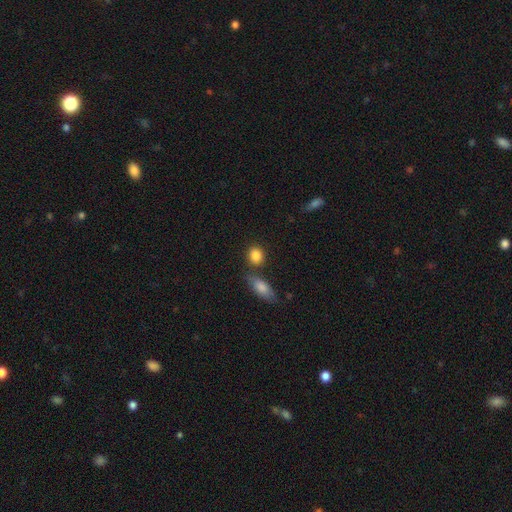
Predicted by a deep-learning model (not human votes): smooth-or-featured: smooth: 86% | star or artifact: 8% | featured or disk: 6%
  how-rounded: round: 70% | in between: 27% | cigar-shaped: 3%
  merging: none: 72% | merger: 13% | minor disturbance: 11% | major disturbance: 3%